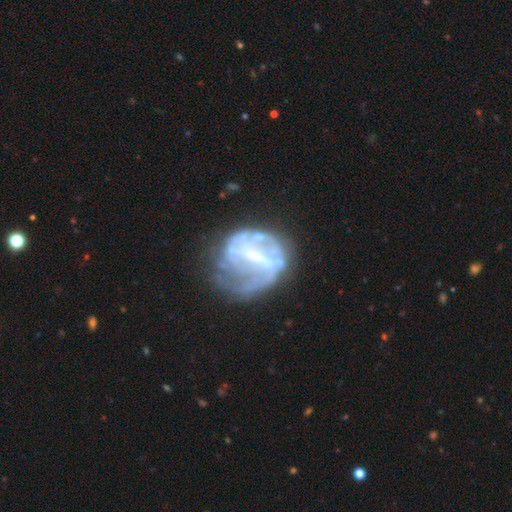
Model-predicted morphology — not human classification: Q: Smooth or featured?
A: featured or disk (78%); runner-up: smooth (14%)
Q: Edge-on disk?
A: no (97%); runner-up: yes (3%)
Q: Bar?
A: strong (48%); runner-up: weak (38%)
Q: Spiral arms?
A: yes (65%); runner-up: no (35%)
Q: Bulge size?
A: small (53%); runner-up: moderate (23%)
Q: Merging?
A: none (43%); runner-up: major disturbance (29%)